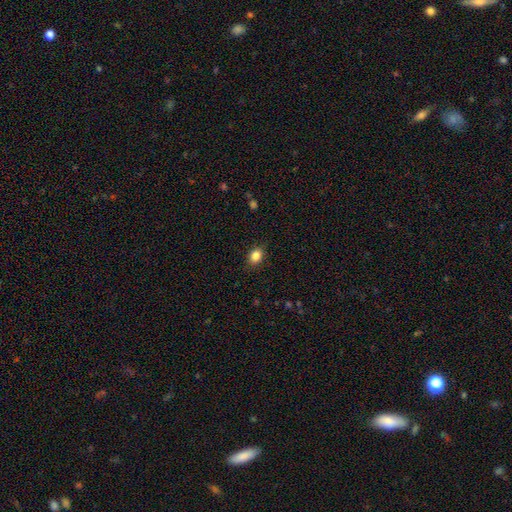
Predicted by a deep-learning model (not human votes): smooth 85%, star or artifact 10%, featured or disk 5%. Down the decision tree: how rounded — in between (66%); merging — none (87%).